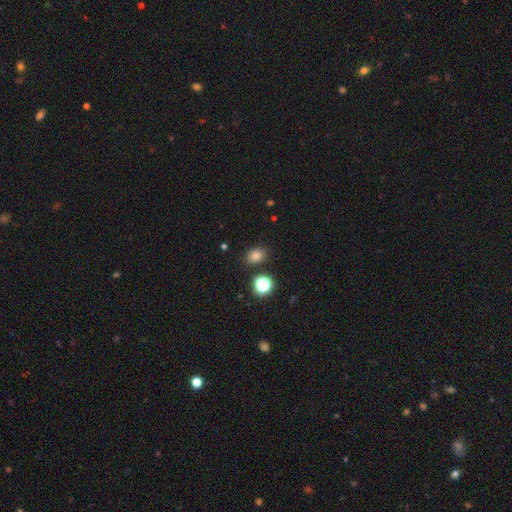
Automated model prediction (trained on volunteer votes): smooth-or-featured: smooth: 77% | star or artifact: 17% | featured or disk: 6%
  how-rounded: in between: 59% | round: 40% | cigar-shaped: 1%
  merging: none: 83% | minor disturbance: 9% | merger: 5% | major disturbance: 3%